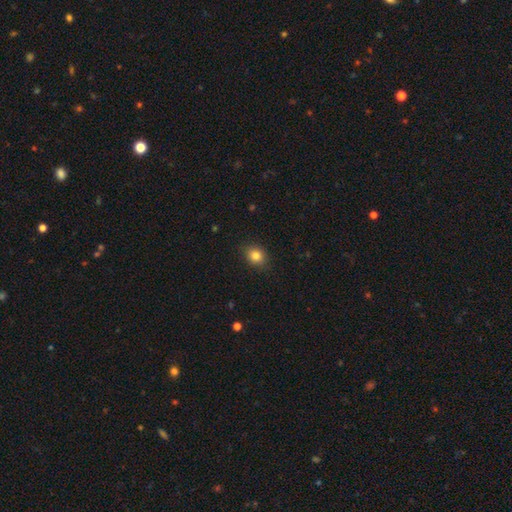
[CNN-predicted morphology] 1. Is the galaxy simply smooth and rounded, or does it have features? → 82% smooth, 11% star or artifact, 6% featured or disk.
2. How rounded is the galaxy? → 62% round, 37% in between, 1% cigar-shaped.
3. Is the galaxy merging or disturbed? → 88% none, 9% minor disturbance, 2% major disturbance, 1% merger.